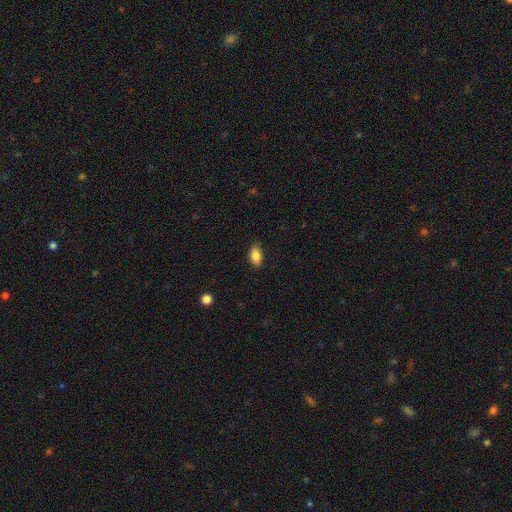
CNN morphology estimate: Q: Smooth or featured?
A: smooth (84%); runner-up: featured or disk (9%)
Q: How rounded?
A: in between (90%); runner-up: cigar-shaped (5%)
Q: Merging?
A: none (85%); runner-up: minor disturbance (11%)